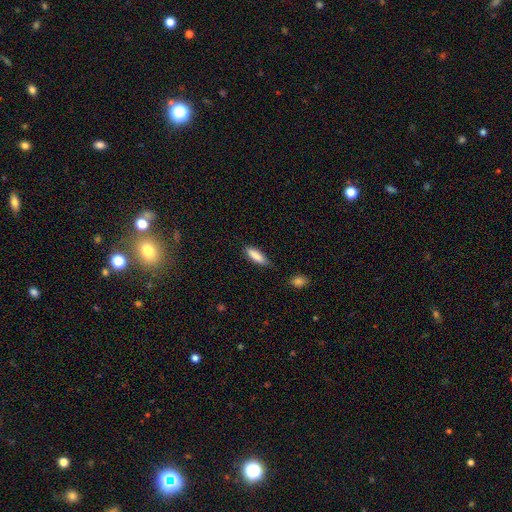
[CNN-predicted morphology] Smooth or featured?
  - smooth: 86% *
  - featured or disk: 8%
  - star or artifact: 6%
How rounded?
  - cigar-shaped: 51% *
  - in between: 48%
  - round: 2%
Merging?
  - none: 80% *
  - minor disturbance: 15%
  - major disturbance: 3%
  - merger: 2%